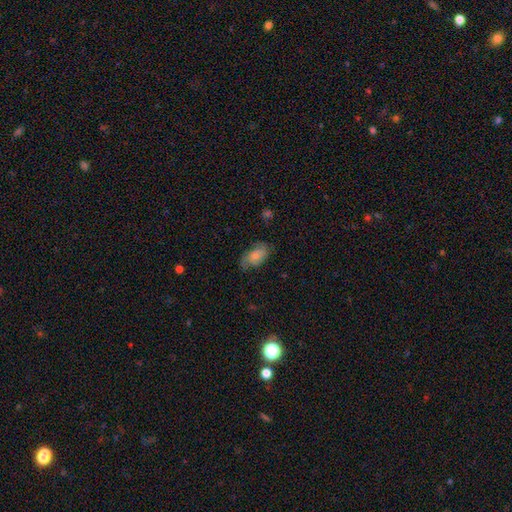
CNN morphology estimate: The model was most divided on "merging": none: 66%, minor disturbance: 25%, major disturbance: 8%, merger: 1%. More confident: how rounded — in between (92%); smooth or featured — smooth (69%).